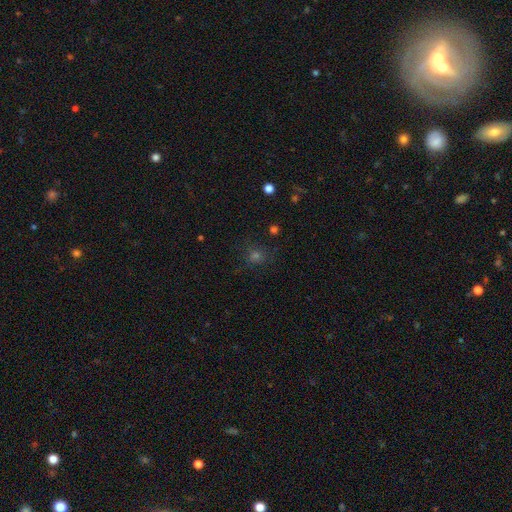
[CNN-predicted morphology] smooth_or_featured: smooth (p=0.49) [alt: star or artifact p=0.41]
merging: none (p=0.80) [alt: minor disturbance p=0.12]